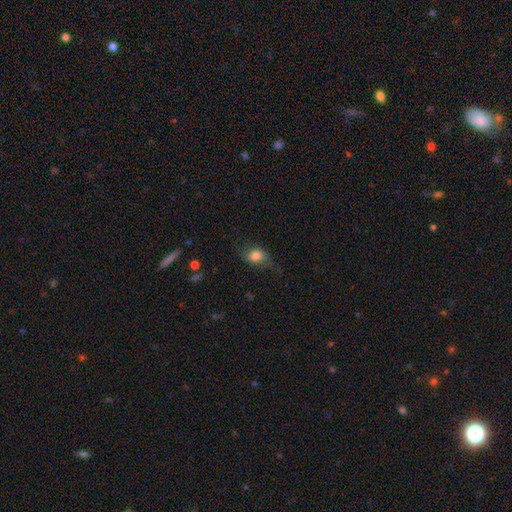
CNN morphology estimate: A smooth galaxy with no disk features (69%) that is in between round and cigar-shaped (62%). Merging: none (56%).